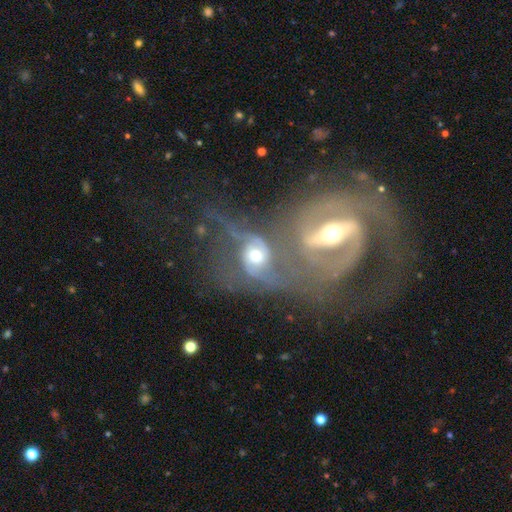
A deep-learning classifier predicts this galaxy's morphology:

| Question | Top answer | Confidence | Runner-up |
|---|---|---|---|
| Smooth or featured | featured or disk | 71% | smooth (18%) |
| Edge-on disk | no | 96% | yes (4%) |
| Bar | no | 56% | weak (30%) |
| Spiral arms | yes | 80% | no (20%) |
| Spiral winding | loose | 45% | medium (37%) |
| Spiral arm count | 2 | 68% | can't tell (15%) |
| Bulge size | moderate | 65% | small (18%) |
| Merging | merger | 62% | major disturbance (17%) |